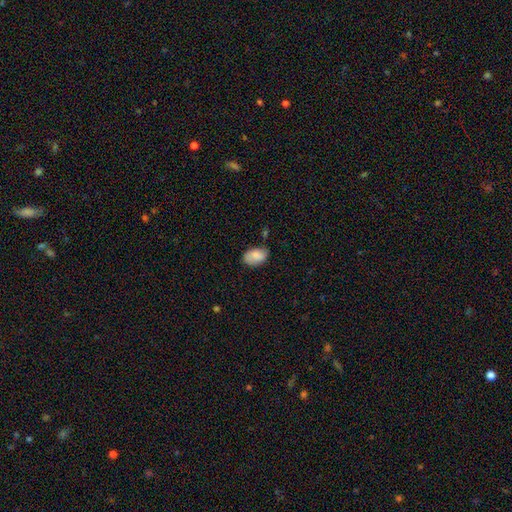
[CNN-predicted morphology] smooth_or_featured: smooth (p=0.78) [alt: featured or disk p=0.15]
how_rounded: in between (p=0.90) [alt: round p=0.09]
merging: none (p=0.67) [alt: minor disturbance p=0.24]